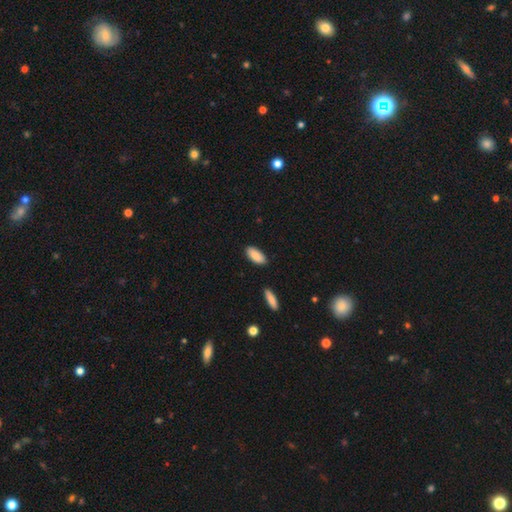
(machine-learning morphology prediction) This appears to be a smooth galaxy with no disk features (88%) that is in between round and cigar-shaped (87%). Merging: none (86%).